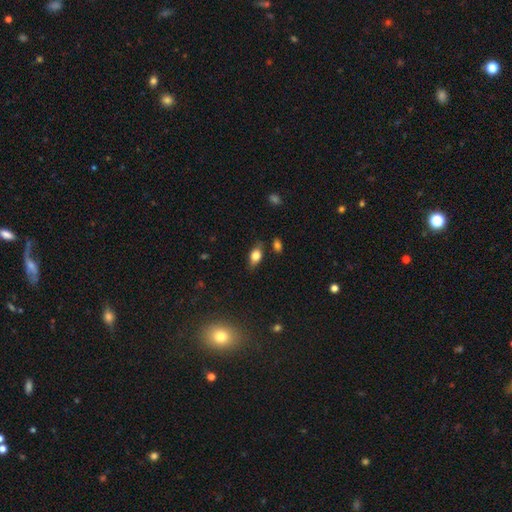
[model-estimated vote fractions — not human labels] Smooth or featured? Predicted: smooth (p=0.69). How rounded? Predicted: in between (p=0.82). Merging? Predicted: none (p=0.75).